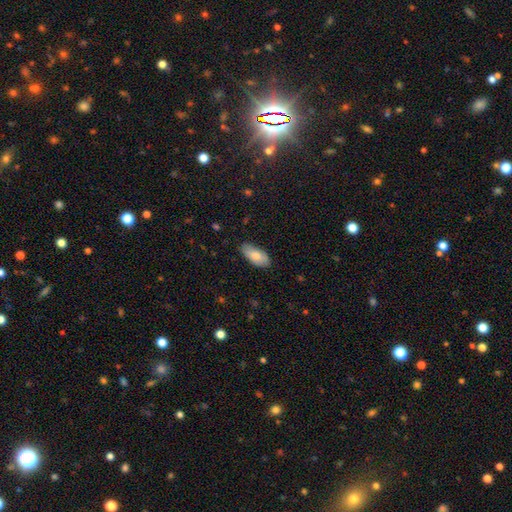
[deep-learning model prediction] smooth 81%, featured or disk 13%, star or artifact 6%. Down the decision tree: how rounded — in between (90%); merging — none (83%).